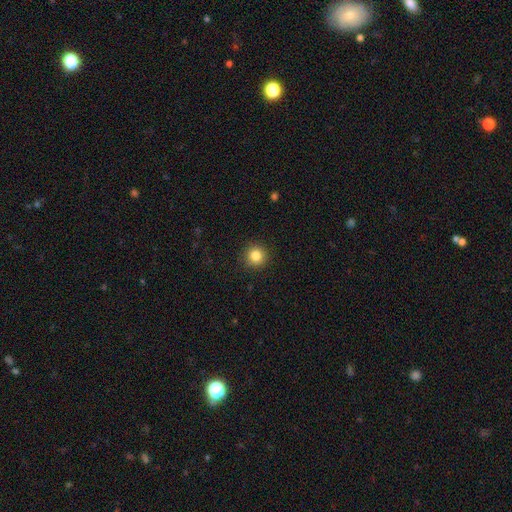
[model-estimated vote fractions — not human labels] smooth_or_featured: smooth (p=0.84) [alt: star or artifact p=0.11]
how_rounded: round (p=0.94) [alt: in between p=0.05]
merging: none (p=0.92) [alt: minor disturbance p=0.06]